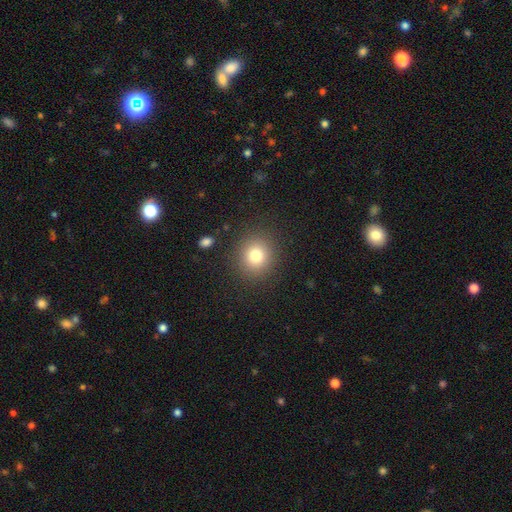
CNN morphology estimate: smooth_or_featured: smooth (p=0.78) [alt: star or artifact p=0.13]
how_rounded: round (p=0.84) [alt: in between p=0.15]
merging: none (p=0.88) [alt: minor disturbance p=0.07]